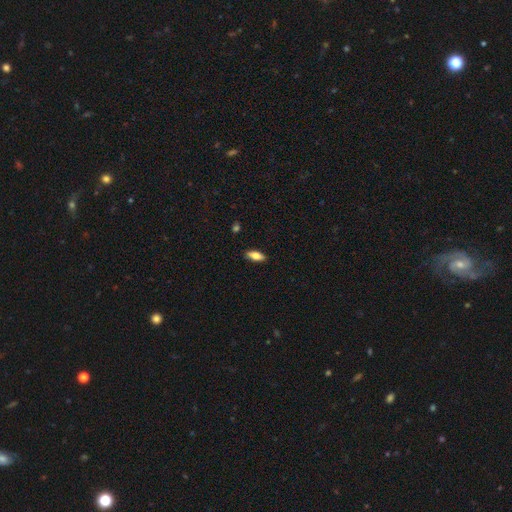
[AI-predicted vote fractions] Smooth or featured? smooth (74%)
How rounded? in between (79%)
Merging? none (88%)